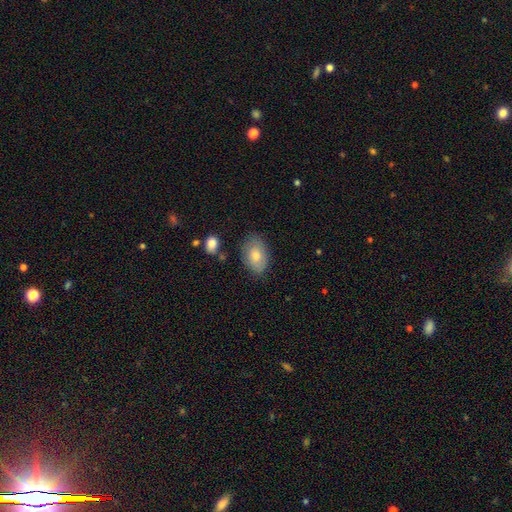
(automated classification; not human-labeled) Smooth or featured? smooth (74%)
How rounded? in between (89%)
Merging? none (79%)